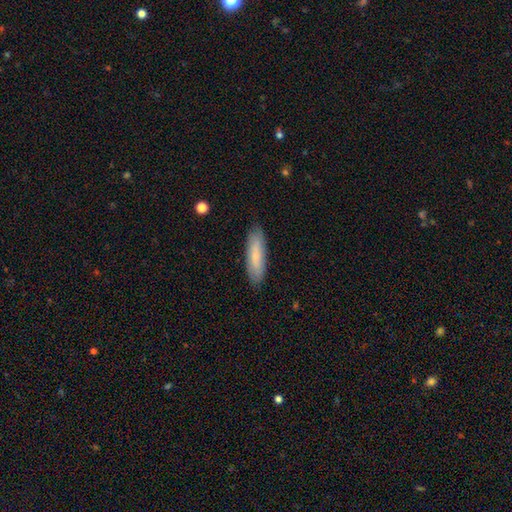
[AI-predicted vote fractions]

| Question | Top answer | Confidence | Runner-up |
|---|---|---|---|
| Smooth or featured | smooth | 68% | featured or disk (25%) |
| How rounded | cigar-shaped | 61% | in between (38%) |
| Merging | none | 86% | minor disturbance (11%) |